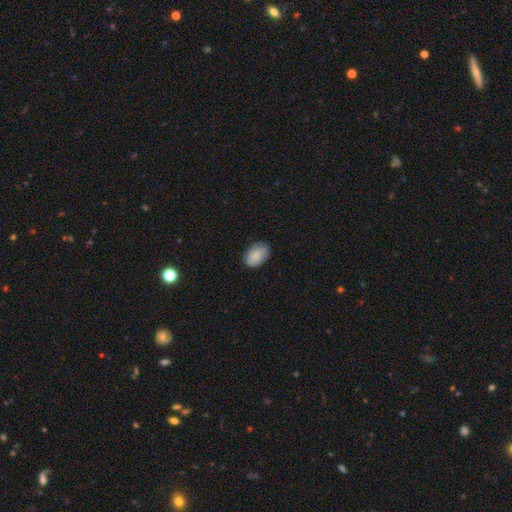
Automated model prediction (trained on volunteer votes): This appears to be a smooth galaxy with no disk features (87%) that is in between round and cigar-shaped (86%). Merging: none (82%).